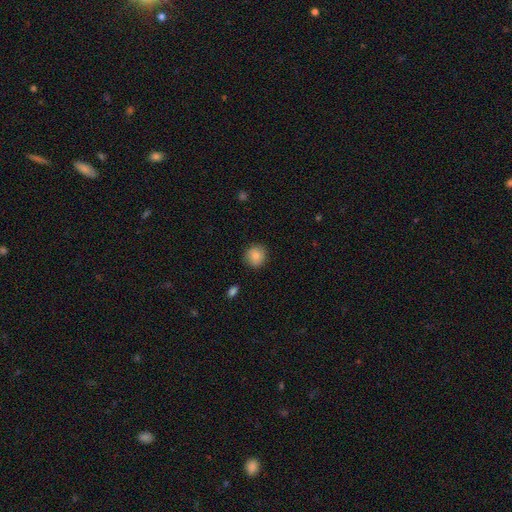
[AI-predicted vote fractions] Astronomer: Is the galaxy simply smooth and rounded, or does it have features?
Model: smooth — 82%.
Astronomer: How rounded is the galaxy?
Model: round — 89%.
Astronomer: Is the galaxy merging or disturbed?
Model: none — 88%.